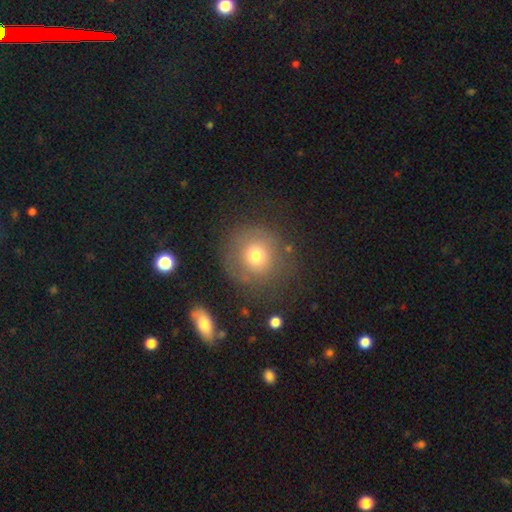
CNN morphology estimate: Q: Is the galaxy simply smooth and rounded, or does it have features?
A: smooth — 68%.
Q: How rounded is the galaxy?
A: round — 92%.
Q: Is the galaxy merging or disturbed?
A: none — 75%.